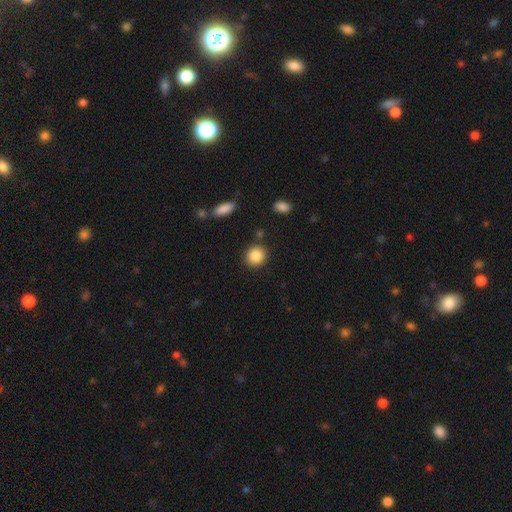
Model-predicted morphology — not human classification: Q: Smooth or featured?
A: smooth (86%); runner-up: star or artifact (8%)
Q: How rounded?
A: round (86%); runner-up: in between (13%)
Q: Merging?
A: none (87%); runner-up: minor disturbance (7%)